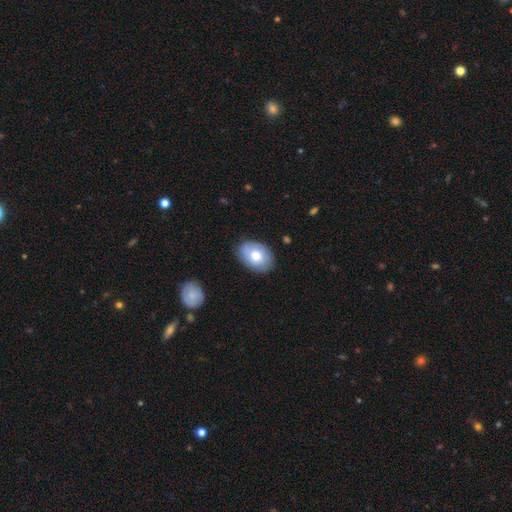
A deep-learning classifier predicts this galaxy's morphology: A smooth galaxy with no disk features (69%) that is in between round and cigar-shaped (82%).

Vote fractions:
- Smooth or featured? smooth: 69% / featured or disk: 25% / star or artifact: 6%
- How rounded? in between: 82% / round: 17% / cigar-shaped: 1%
- Merging? none: 80% / minor disturbance: 15% / major disturbance: 3% / merger: 1%